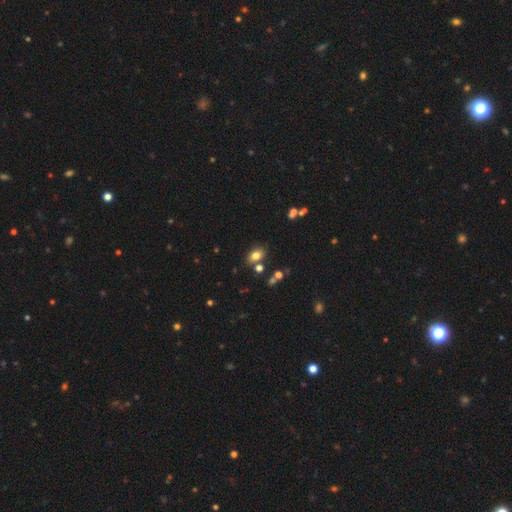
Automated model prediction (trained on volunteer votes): Q: Smooth or featured?
A: smooth (78%); runner-up: star or artifact (12%)
Q: How rounded?
A: in between (77%); runner-up: round (21%)
Q: Merging?
A: none (73%); runner-up: minor disturbance (13%)